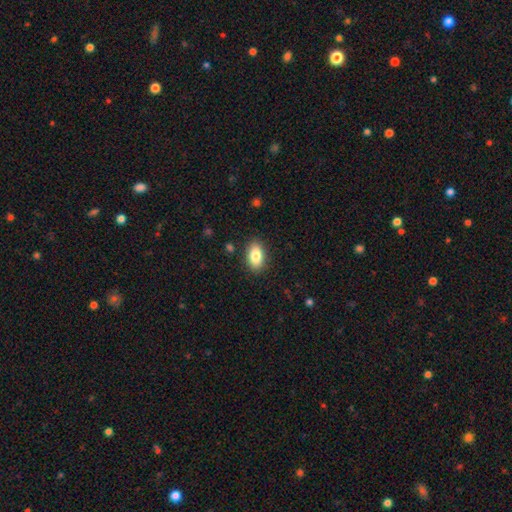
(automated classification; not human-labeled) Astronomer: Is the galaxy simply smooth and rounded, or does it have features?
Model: smooth — 84%.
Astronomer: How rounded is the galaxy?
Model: in between — 90%.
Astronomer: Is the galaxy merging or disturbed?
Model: none — 88%.